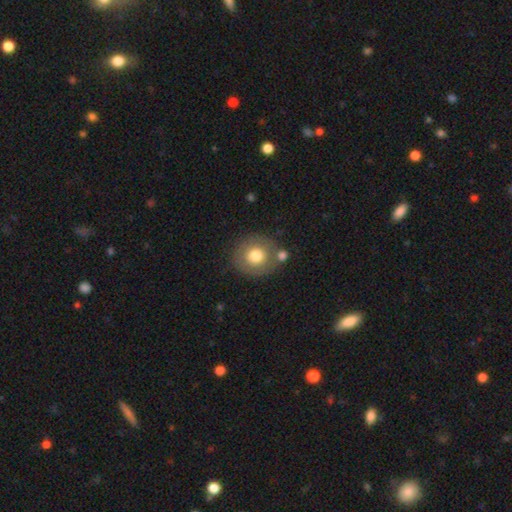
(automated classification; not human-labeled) smooth-or-featured: smooth: 70% | featured or disk: 22% | star or artifact: 8%
  how-rounded: round: 88% | in between: 11% | cigar-shaped: 1%
  merging: none: 72% | minor disturbance: 12% | merger: 11% | major disturbance: 5%